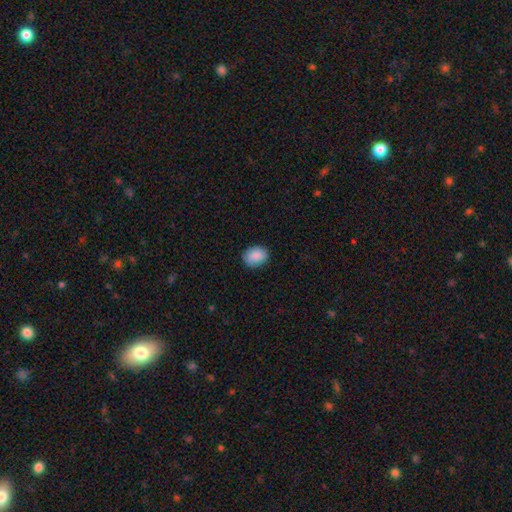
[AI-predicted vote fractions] This appears to be a smooth galaxy with no disk features (88%) that is in between round and cigar-shaped (55%). Merging: none (85%).